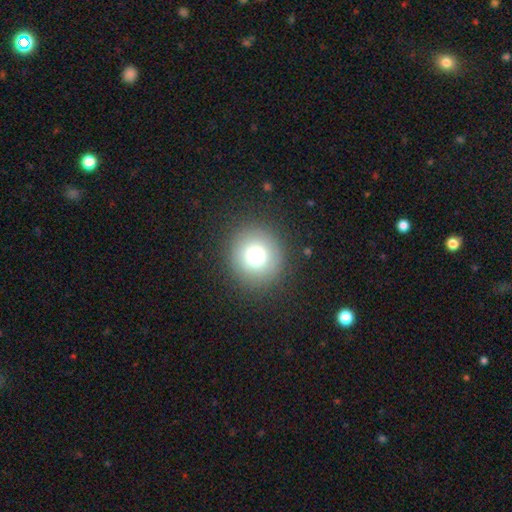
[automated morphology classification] Q: Smooth or featured?
A: smooth (73%); runner-up: star or artifact (17%)
Q: How rounded?
A: round (94%); runner-up: in between (5%)
Q: Merging?
A: none (89%); runner-up: minor disturbance (6%)